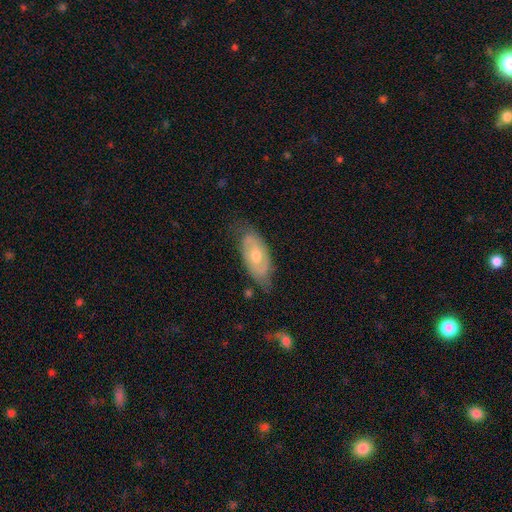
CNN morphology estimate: The model was most divided on "smooth or featured": featured or disk: 59%, smooth: 35%, star or artifact: 6%. More confident: edge-on disk — no (88%); bulge size — moderate (68%); bar — no (65%); merging — none (64%); spiral arms — yes (64%).